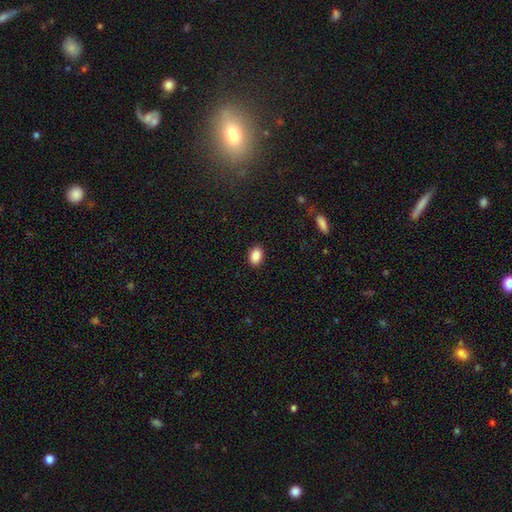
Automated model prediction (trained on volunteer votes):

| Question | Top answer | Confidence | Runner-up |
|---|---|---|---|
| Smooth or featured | smooth | 88% | star or artifact (8%) |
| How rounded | in between | 83% | round (16%) |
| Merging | none | 90% | minor disturbance (7%) |